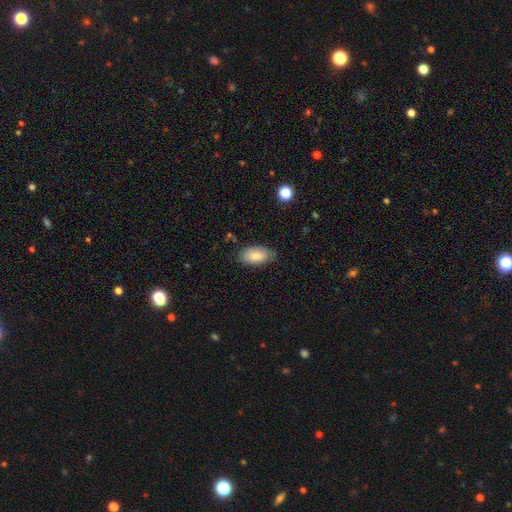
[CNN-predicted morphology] This appears to be a smooth galaxy with no disk features (84%) that is in between round and cigar-shaped (94%). Merging: none (77%).